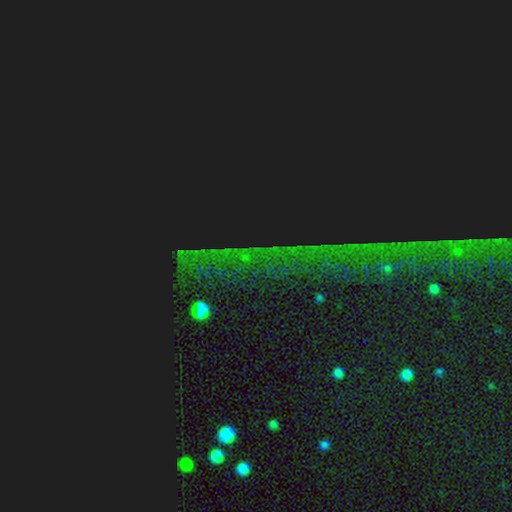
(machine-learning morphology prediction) Overall: star or artifact (87%).